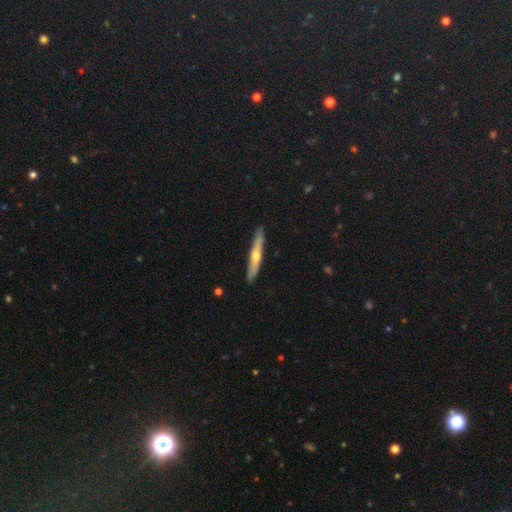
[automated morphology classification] Smooth or featured? Predicted: featured or disk (p=0.52). Edge-on disk? Predicted: yes (p=0.91). Merging? Predicted: none (p=0.89).